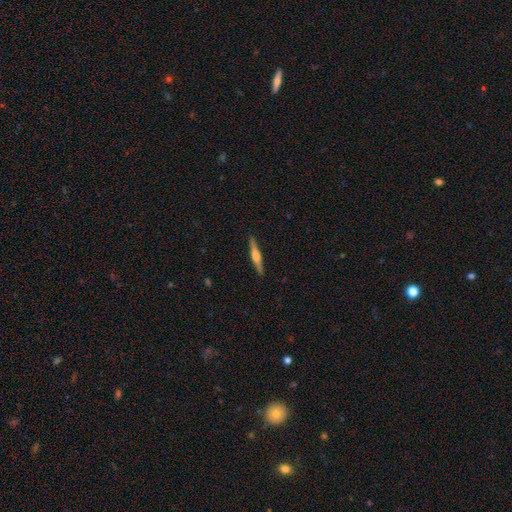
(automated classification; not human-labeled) Morphology: type=featured or disk (65%); edge-on=yes (98%); edge-on bulge=rounded (81%); merging=none (91%).